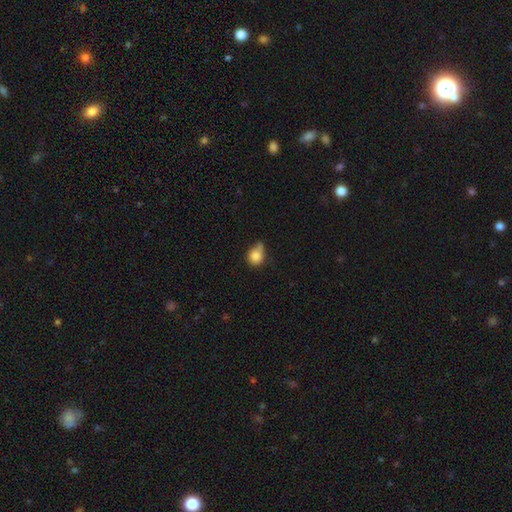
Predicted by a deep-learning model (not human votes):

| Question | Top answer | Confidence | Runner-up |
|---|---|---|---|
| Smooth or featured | smooth | 82% | star or artifact (9%) |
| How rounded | round | 70% | in between (28%) |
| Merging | minor disturbance | 39% | none (35%) |